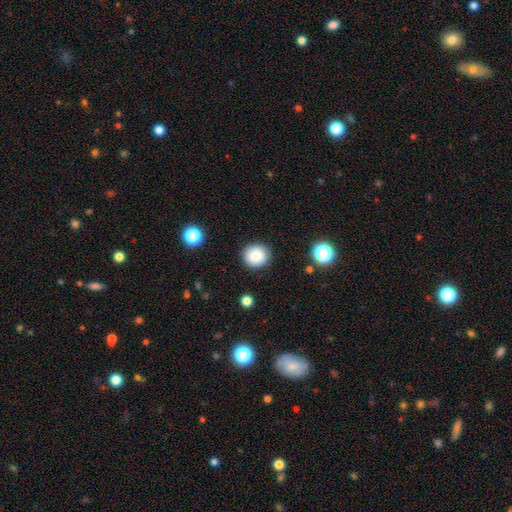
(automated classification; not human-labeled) The model was most divided on "smooth or featured": smooth: 83%, star or artifact: 10%, featured or disk: 7%. More confident: how rounded — round (90%); merging — none (89%).